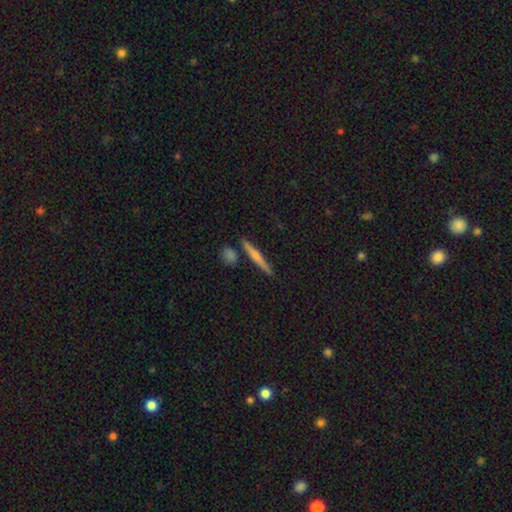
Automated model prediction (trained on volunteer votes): smooth 52%, featured or disk 42%, star or artifact 6%. Down the decision tree: how rounded — cigar-shaped (92%); merging — none (83%).